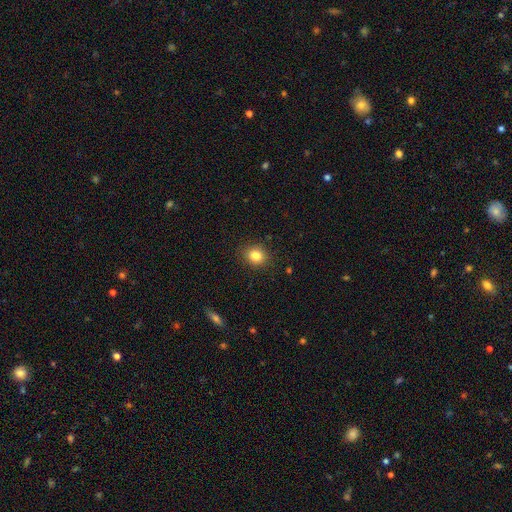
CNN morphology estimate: smooth-or-featured: smooth: 83% | star or artifact: 11% | featured or disk: 6%
  how-rounded: round: 71% | in between: 28% | cigar-shaped: 1%
  merging: none: 89% | minor disturbance: 8% | major disturbance: 2% | merger: 1%